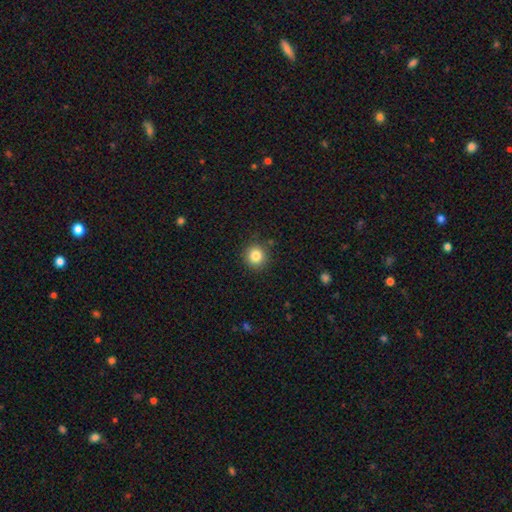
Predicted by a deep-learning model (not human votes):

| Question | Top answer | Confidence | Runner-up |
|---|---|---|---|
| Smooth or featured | smooth | 84% | star or artifact (11%) |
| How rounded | round | 92% | in between (7%) |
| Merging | none | 89% | minor disturbance (7%) |